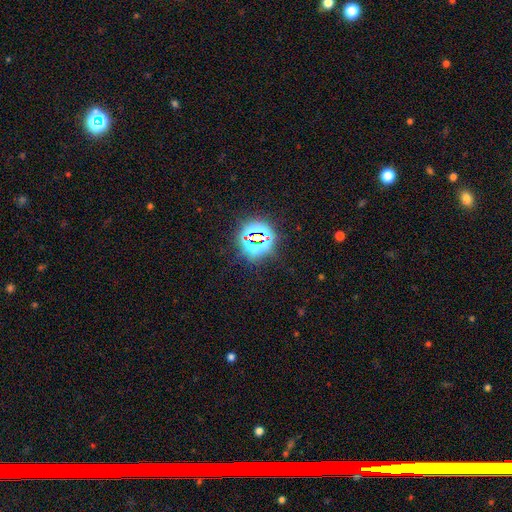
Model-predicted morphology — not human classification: Smooth or featured? star or artifact (80%)